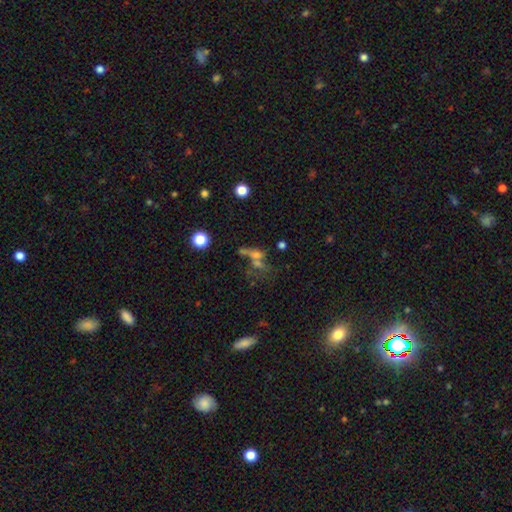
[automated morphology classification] The model was most divided on "merging": merger: 38%, none: 36%, major disturbance: 15%, minor disturbance: 11%. Remaining: smooth or featured — smooth (39%).